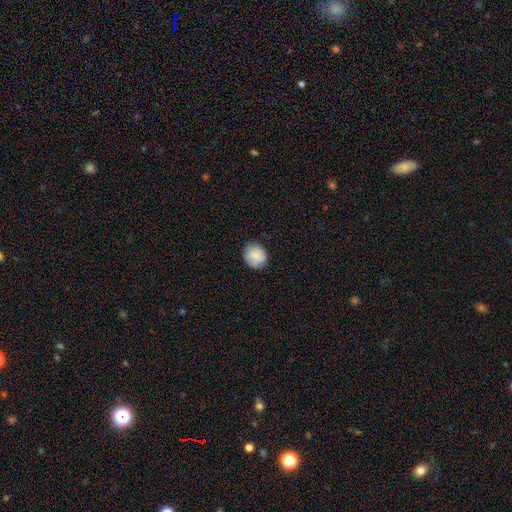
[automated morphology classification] This is clearly a smooth galaxy (84%). How rounded: likely round (75%). Merging: clearly none (81%).